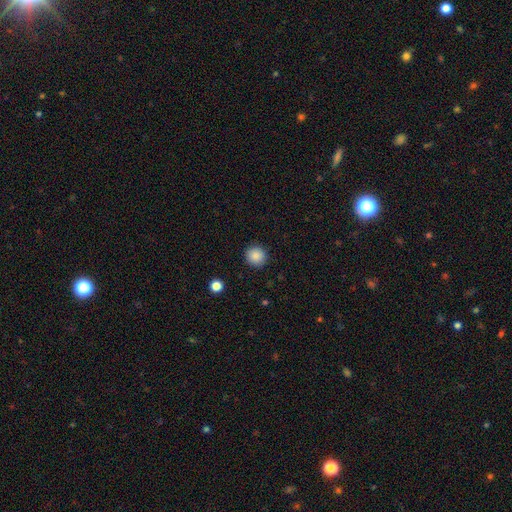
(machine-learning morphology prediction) This is clearly a smooth galaxy (87%). How rounded: clearly round (92%). Merging: clearly none (92%).